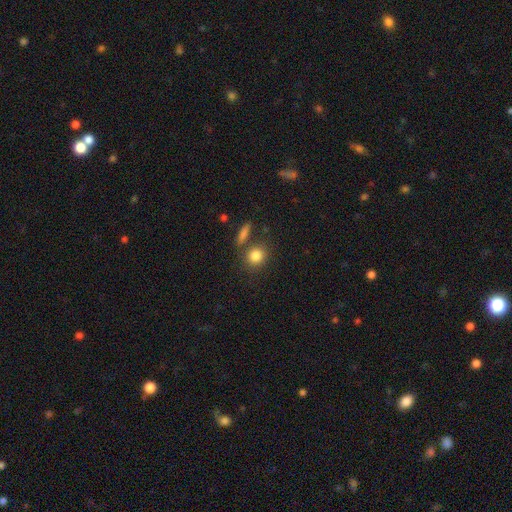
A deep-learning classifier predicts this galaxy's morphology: smooth-or-featured: smooth: 83% | star or artifact: 10% | featured or disk: 7%
  how-rounded: round: 75% | in between: 23% | cigar-shaped: 2%
  merging: none: 71% | merger: 14% | minor disturbance: 11% | major disturbance: 4%